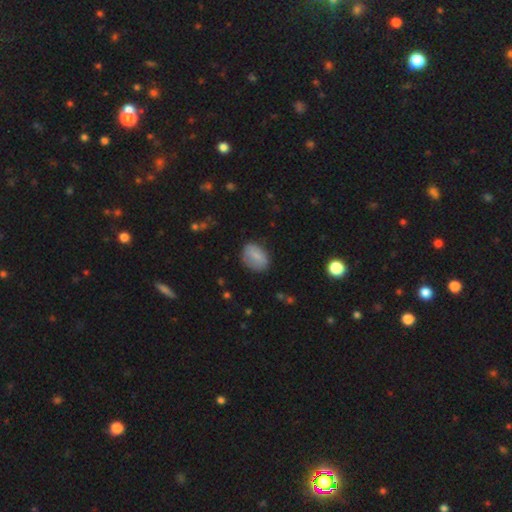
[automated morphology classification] smooth 78%, featured or disk 14%, star or artifact 8%. Down the decision tree: how rounded — in between (74%); merging — none (72%).